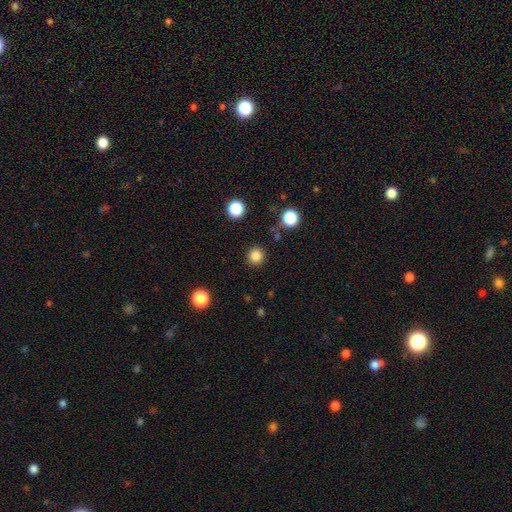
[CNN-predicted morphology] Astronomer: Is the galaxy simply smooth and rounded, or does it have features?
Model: smooth — 84%.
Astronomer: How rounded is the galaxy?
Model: round — 94%.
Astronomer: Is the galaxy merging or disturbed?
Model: none — 90%.